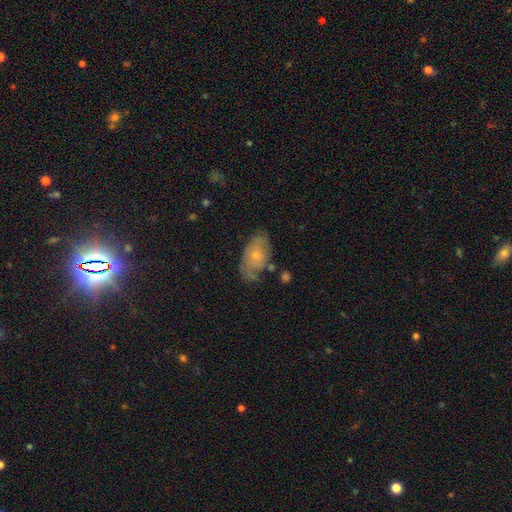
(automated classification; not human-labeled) This is possibly a featured or disk galaxy (50%). Merging: possibly none (56%).